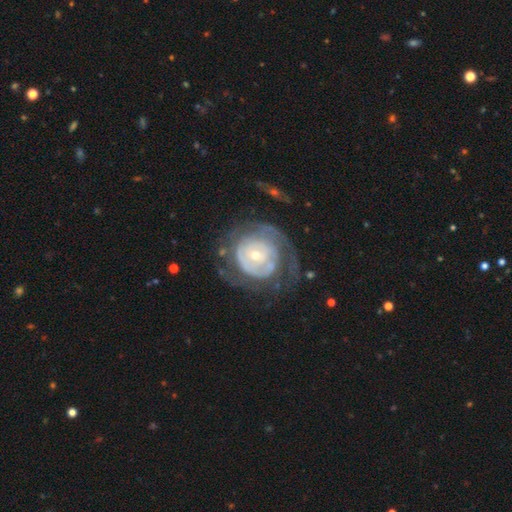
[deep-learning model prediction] Overall: featured or disk (79%). Edge-on disk: no (97%). Bar: no (74%). Spiral arms: yes (80%). Spiral arm count: can't tell (45%; 2 24%). Spiral winding: tight (69%). Bulge size: small (61%; moderate 34%). Merging: none (53%; major disturbance 25%).